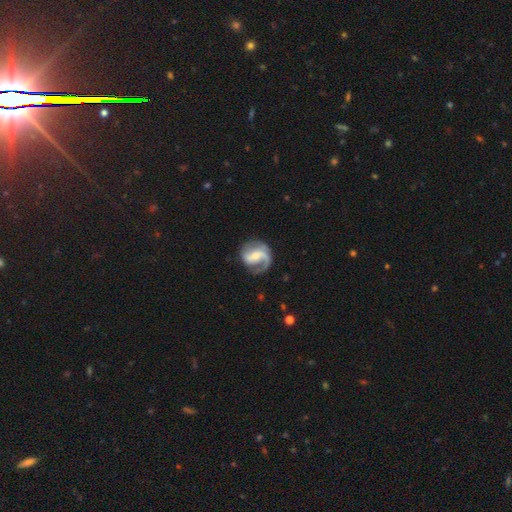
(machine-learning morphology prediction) This appears to be a featured or disk galaxy (81%) with a weak bar (47%), 2 (57%) medium (47%) spiral arms (94%) and a small central bulge (46%). Merging: none (63%).